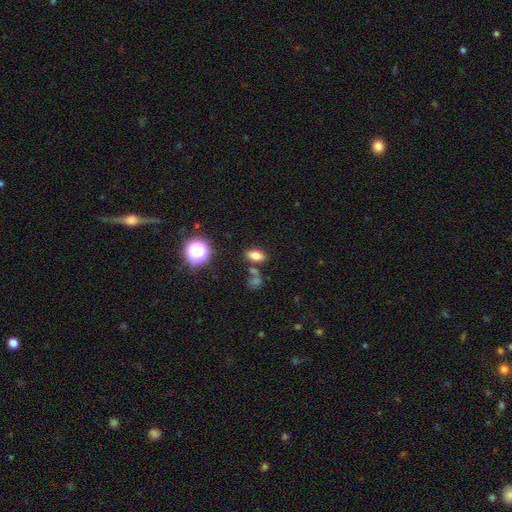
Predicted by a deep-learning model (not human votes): This appears to be a smooth galaxy with no disk features (76%) that is in between round and cigar-shaped (85%). Merging: none (75%).